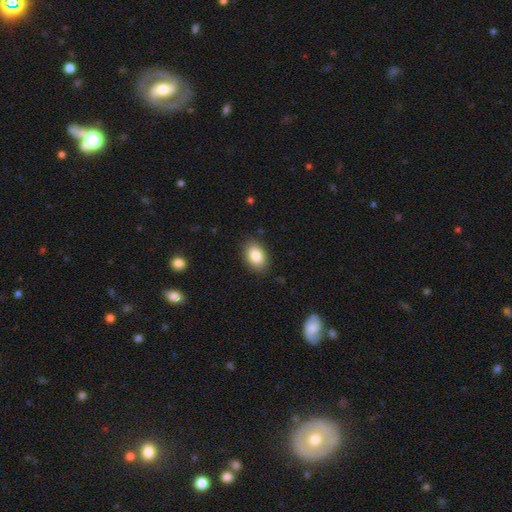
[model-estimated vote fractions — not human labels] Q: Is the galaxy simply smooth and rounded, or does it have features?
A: smooth — 85%.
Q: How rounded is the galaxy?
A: in between — 85%.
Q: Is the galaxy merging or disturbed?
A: none — 85%.